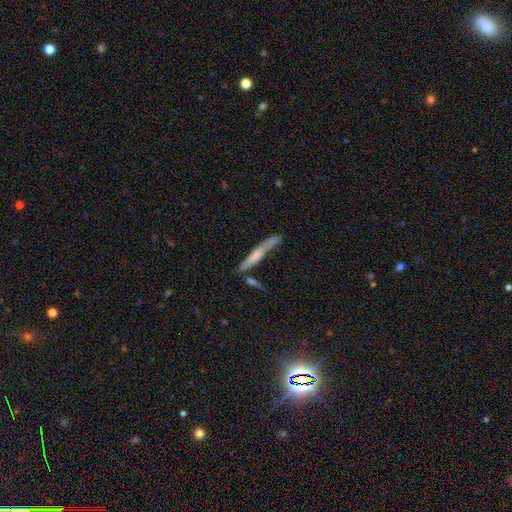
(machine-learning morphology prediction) Smooth or featured? Predicted: smooth (p=0.54). How rounded? Predicted: cigar-shaped (p=0.93). Merging? Predicted: none (p=0.61).